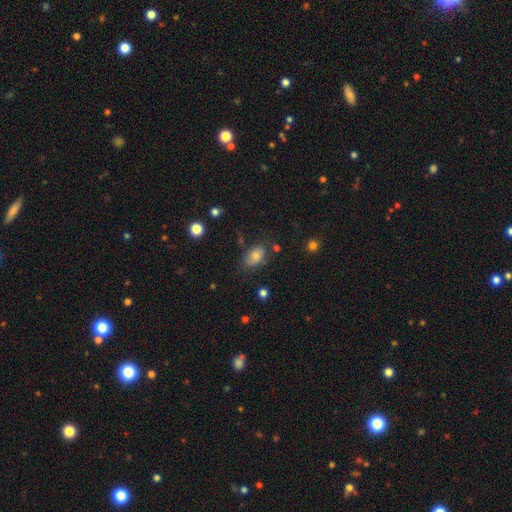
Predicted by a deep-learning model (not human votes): This is likely a smooth galaxy (76%). How rounded: clearly in between (86%). Merging: likely none (71%).